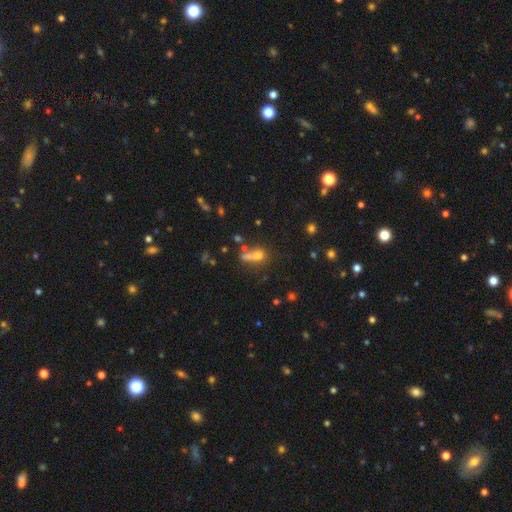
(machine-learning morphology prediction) Smooth or featured?
  - smooth: 61% *
  - featured or disk: 19%
  - star or artifact: 19%
How rounded?
  - in between: 55% *
  - round: 33%
  - cigar-shaped: 11%
Merging?
  - merger: 45% *
  - none: 32%
  - minor disturbance: 12%
  - major disturbance: 11%